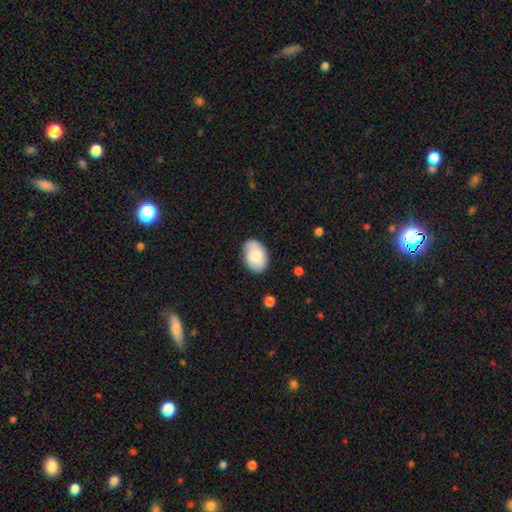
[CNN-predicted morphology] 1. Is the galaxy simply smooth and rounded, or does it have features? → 73% smooth, 20% featured or disk, 7% star or artifact.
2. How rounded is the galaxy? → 85% in between, 14% round, 1% cigar-shaped.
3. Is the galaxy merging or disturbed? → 76% none, 19% minor disturbance, 4% major disturbance, 2% merger.